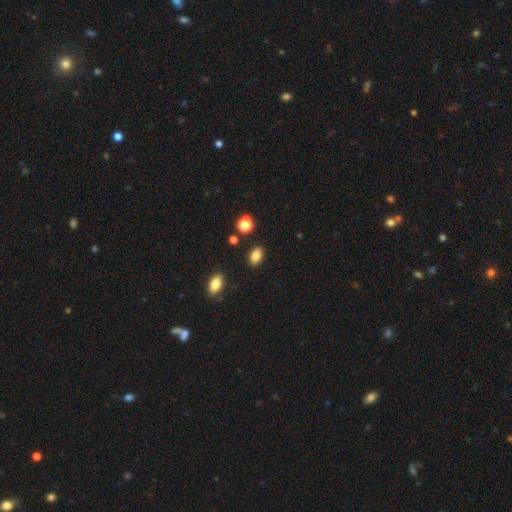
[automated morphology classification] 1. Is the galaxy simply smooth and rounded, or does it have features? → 85% smooth, 10% star or artifact, 5% featured or disk.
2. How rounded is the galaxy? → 83% in between, 15% round, 2% cigar-shaped.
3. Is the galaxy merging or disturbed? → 86% none, 9% minor disturbance, 2% merger, 2% major disturbance.